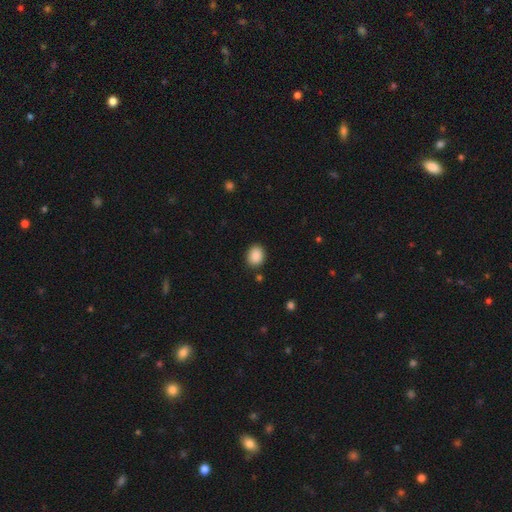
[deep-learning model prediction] Smooth or featured: smooth — 89% (star or artifact — 8%)
How rounded: in between — 50% (tied with round — 50%)
Merging: none — 87% (minor disturbance — 9%)